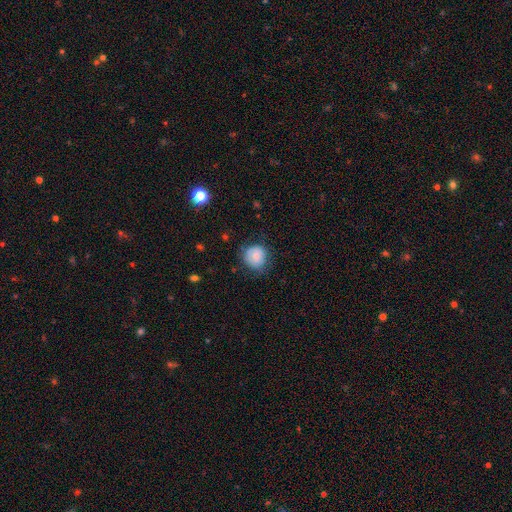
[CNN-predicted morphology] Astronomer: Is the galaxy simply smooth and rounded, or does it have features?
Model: smooth — 80%.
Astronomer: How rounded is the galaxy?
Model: round — 86%.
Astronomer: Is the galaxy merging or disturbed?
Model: none — 66%.